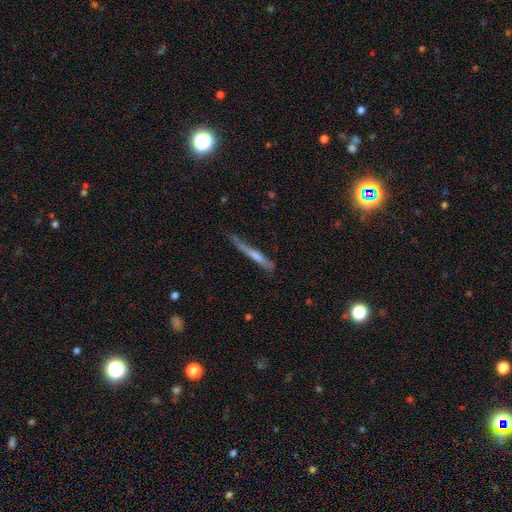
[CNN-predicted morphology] smooth_or_featured: featured or disk (p=0.63) [alt: smooth p=0.25]
disk_edge_on: yes (p=0.93) [alt: no p=0.07]
edge_on_bulge: rounded (p=0.62) [alt: none p=0.29]
merging: none (p=0.79) [alt: minor disturbance p=0.14]